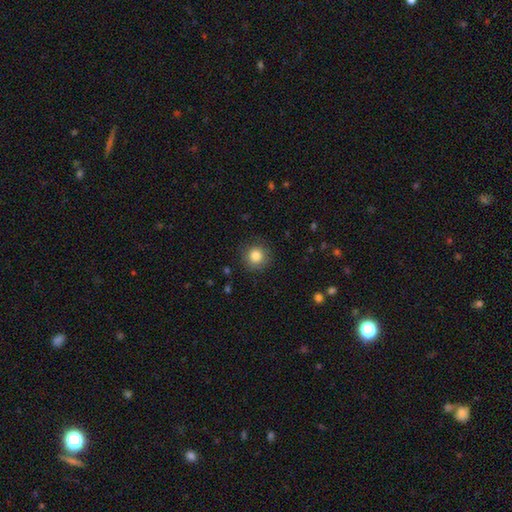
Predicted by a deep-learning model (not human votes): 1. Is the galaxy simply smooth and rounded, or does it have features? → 83% smooth, 11% star or artifact, 6% featured or disk.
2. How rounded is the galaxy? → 94% round, 5% in between, 1% cigar-shaped.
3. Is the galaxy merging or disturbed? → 88% none, 8% minor disturbance, 3% major disturbance, 1% merger.